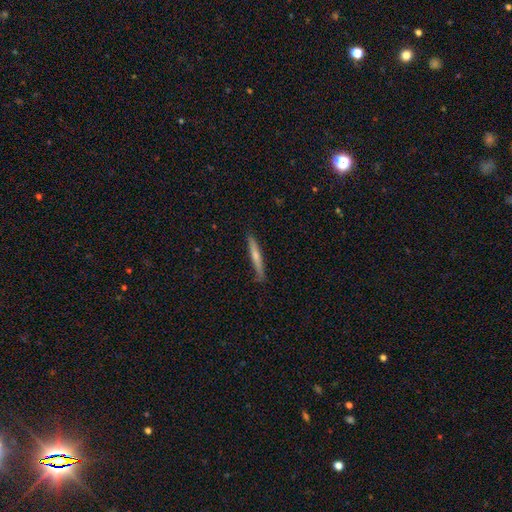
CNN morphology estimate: The model was most divided on "smooth or featured": smooth: 57%, featured or disk: 37%, star or artifact: 6%. More confident: how rounded — cigar-shaped (95%); merging — none (83%).